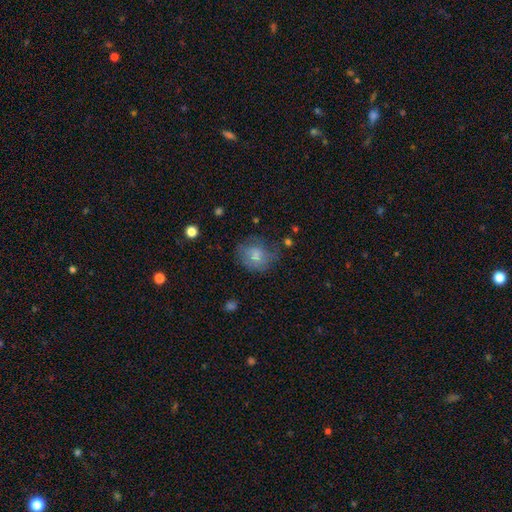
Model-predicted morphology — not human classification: This appears to be a smooth galaxy with no disk features (69%) that is round (61%). Merging: none (50%).